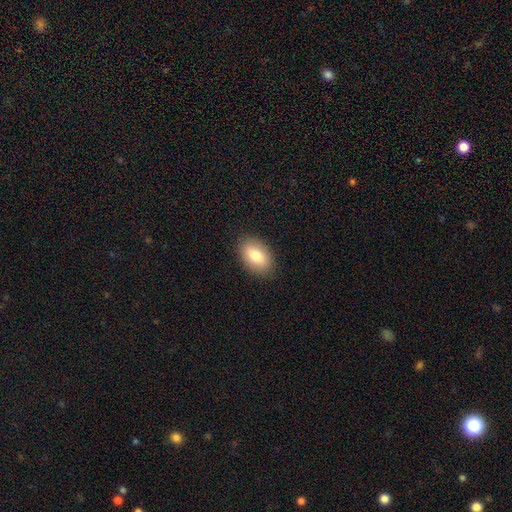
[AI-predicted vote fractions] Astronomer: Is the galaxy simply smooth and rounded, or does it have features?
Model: smooth — 80%.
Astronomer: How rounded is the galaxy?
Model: in between — 90%.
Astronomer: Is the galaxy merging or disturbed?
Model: none — 88%.